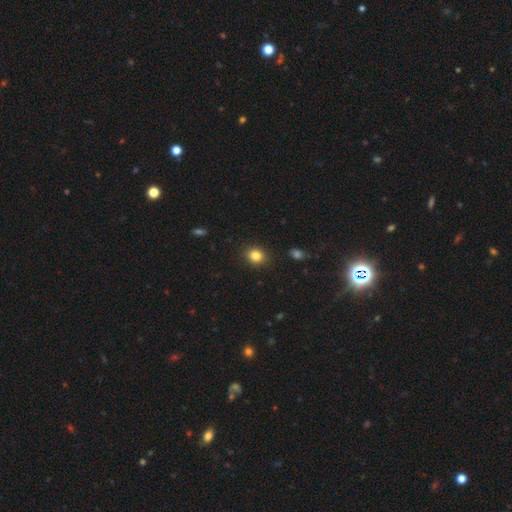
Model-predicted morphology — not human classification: Smooth or featured: smooth — 84% (star or artifact — 11%)
How rounded: round — 69% (in between — 30%)
Merging: none — 89% (minor disturbance — 7%)